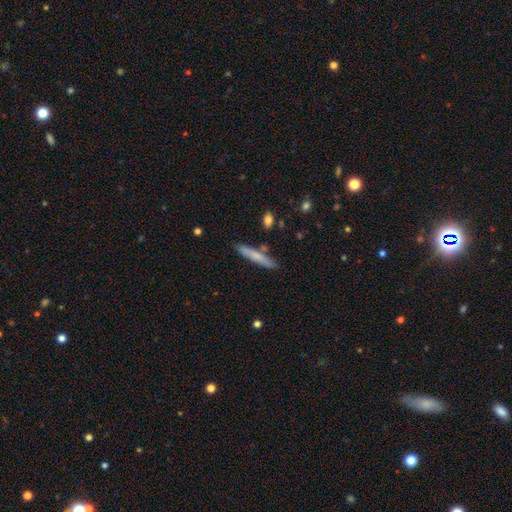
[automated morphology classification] This is likely a smooth galaxy (69%). How rounded: clearly cigar-shaped (92%). Merging: clearly none (82%).